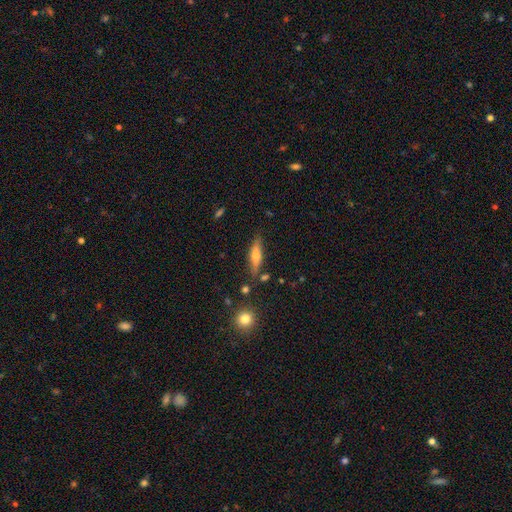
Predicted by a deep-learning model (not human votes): Q: Smooth or featured?
A: featured or disk (49%); runner-up: smooth (44%)
Q: Merging?
A: none (80%); runner-up: minor disturbance (12%)